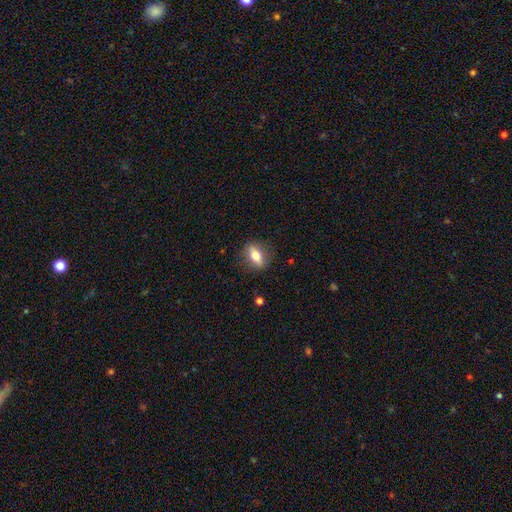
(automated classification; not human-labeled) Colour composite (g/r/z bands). It shows a smooth galaxy with no disk features (64%) that is in between round and cigar-shaped (68%). Merging: none (84%).